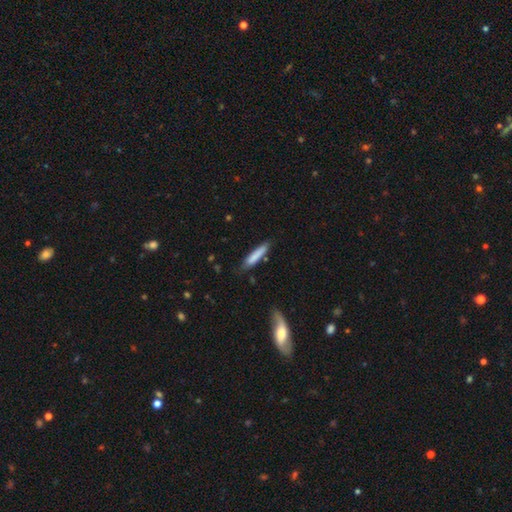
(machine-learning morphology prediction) smooth-or-featured: smooth: 80% | featured or disk: 14% | star or artifact: 6%
  how-rounded: cigar-shaped: 88% | in between: 11% | round: 1%
  merging: none: 75% | minor disturbance: 18% | major disturbance: 4% | merger: 3%